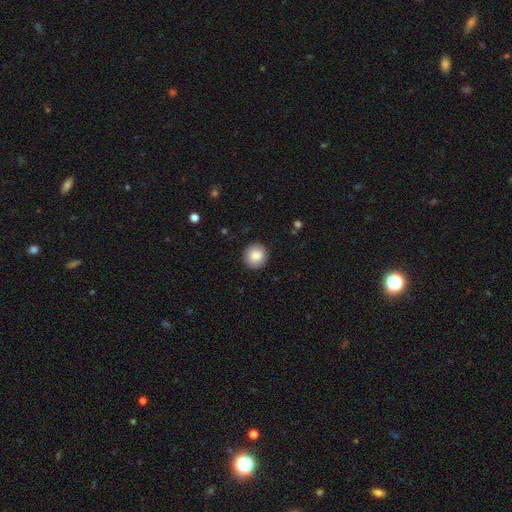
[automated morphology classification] This is clearly a smooth galaxy (87%). How rounded: clearly round (93%). Merging: clearly none (91%).